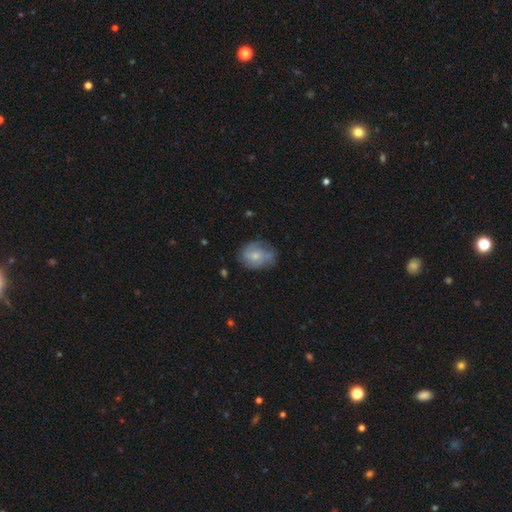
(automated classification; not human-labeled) A smooth galaxy with no disk features (58%) that is in between round and cigar-shaped (55%).

Vote fractions:
- Smooth or featured? smooth: 58% / featured or disk: 34% / star or artifact: 8%
- How rounded? in between: 55% / round: 44% / cigar-shaped: 1%
- Merging? none: 57% / minor disturbance: 30% / major disturbance: 11% / merger: 3%